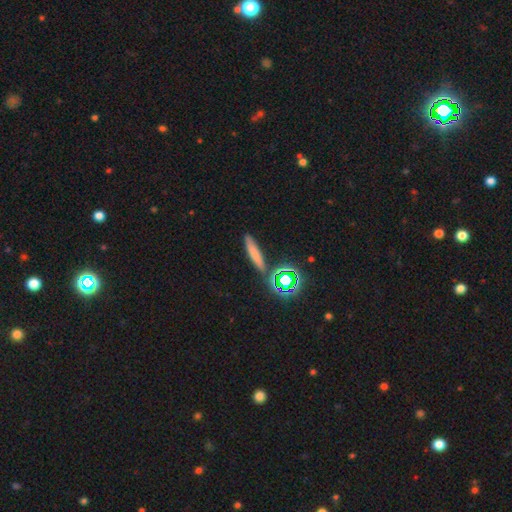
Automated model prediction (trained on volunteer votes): smooth-or-featured: smooth: 68% | star or artifact: 18% | featured or disk: 15%
  how-rounded: cigar-shaped: 84% | in between: 12% | round: 4%
  merging: none: 84% | minor disturbance: 9% | merger: 4% | major disturbance: 3%